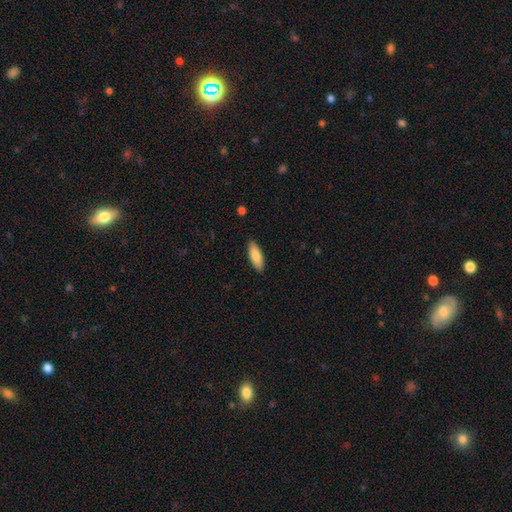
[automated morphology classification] A smooth galaxy with no disk features (85%) that is in between round and cigar-shaped (62%).

Vote fractions:
- Smooth or featured? smooth: 85% / featured or disk: 10% / star or artifact: 6%
- How rounded? in between: 62% / cigar-shaped: 36% / round: 2%
- Merging? none: 88% / minor disturbance: 9% / major disturbance: 2% / merger: 1%